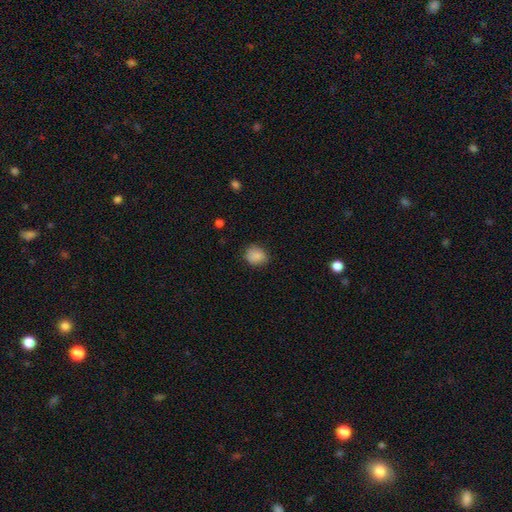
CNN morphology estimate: type=smooth (86%); roundness=round (66%); merging=none (78%).